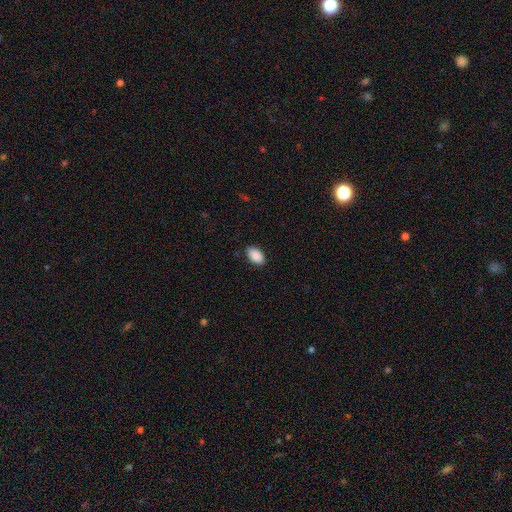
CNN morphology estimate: smooth 90%, star or artifact 7%, featured or disk 3%. Down the decision tree: how rounded — in between (94%); merging — none (87%).